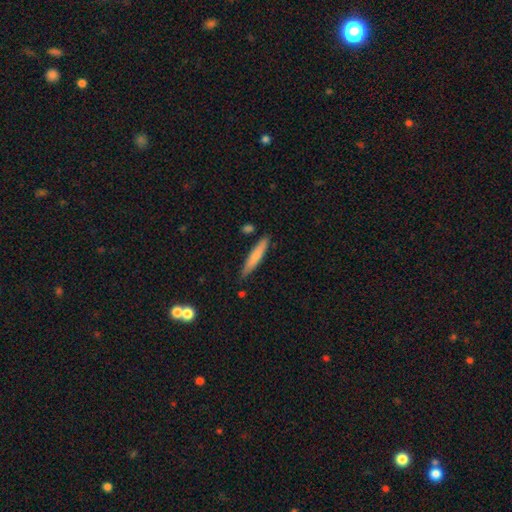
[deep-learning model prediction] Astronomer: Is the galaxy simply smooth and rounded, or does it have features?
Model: smooth — 74%.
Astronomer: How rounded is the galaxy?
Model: cigar-shaped — 91%.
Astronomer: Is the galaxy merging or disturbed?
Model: none — 82%.